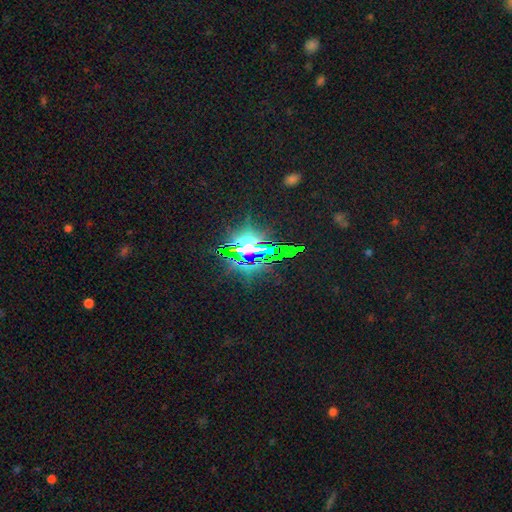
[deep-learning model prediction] Morphology: type=star or artifact (81%).